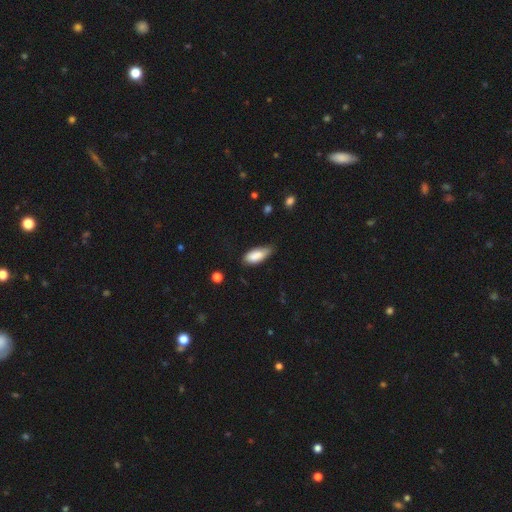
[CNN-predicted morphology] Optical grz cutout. It shows a smooth galaxy with no disk features (85%) that is in between round and cigar-shaped (84%). Merging: none (54%).